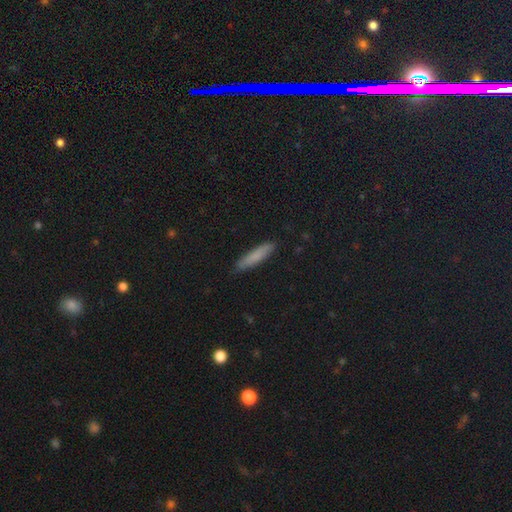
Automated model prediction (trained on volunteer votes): Morphology: type=smooth (81%); roundness=cigar-shaped (89%); merging=none (87%).